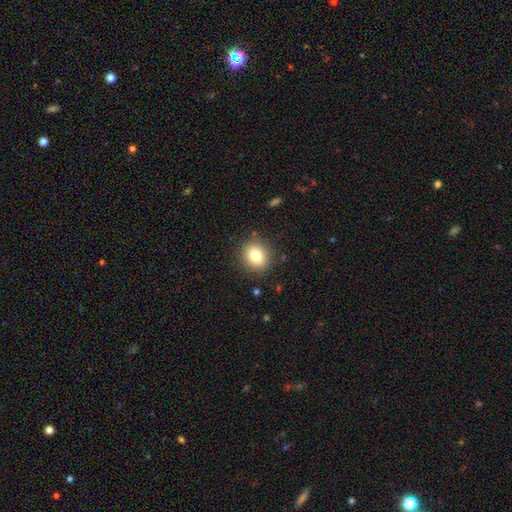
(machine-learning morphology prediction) Q: Smooth or featured?
A: smooth (79%); runner-up: star or artifact (11%)
Q: How rounded?
A: round (70%); runner-up: in between (29%)
Q: Merging?
A: none (87%); runner-up: minor disturbance (9%)